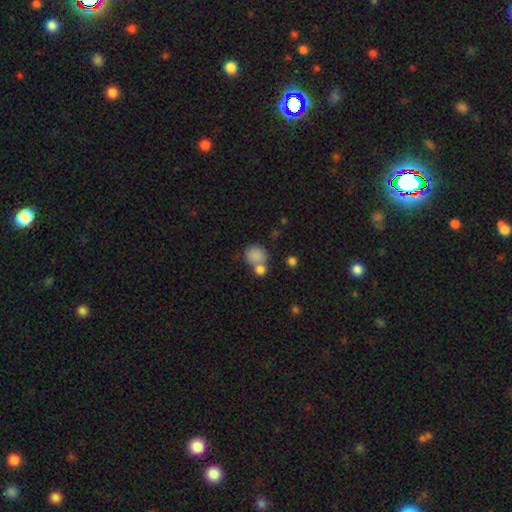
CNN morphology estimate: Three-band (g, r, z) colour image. It shows a smooth galaxy with no disk features (84%) that is round (76%). Merging: none (46%).